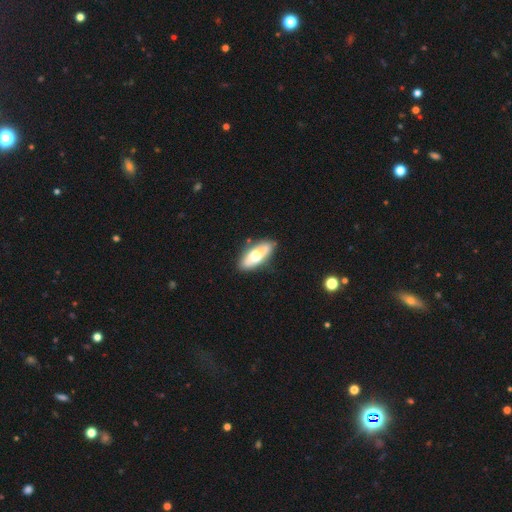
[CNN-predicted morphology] This is possibly a smooth galaxy (52%). How rounded: likely in between (77%). Merging: likely none (77%).